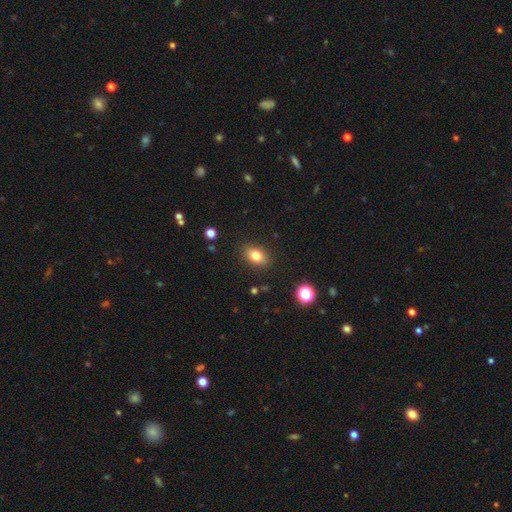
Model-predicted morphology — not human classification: smooth_or_featured: smooth (p=0.81) [alt: star or artifact p=0.10]
how_rounded: in between (p=0.82) [alt: round p=0.16]
merging: none (p=0.87) [alt: minor disturbance p=0.09]